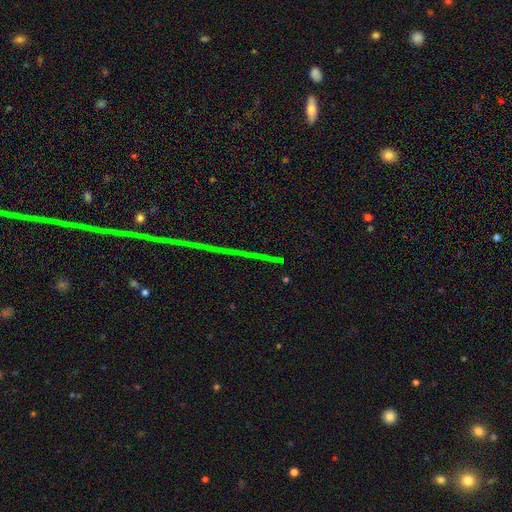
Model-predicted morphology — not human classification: Smooth or featured: star or artifact — 83% (featured or disk — 11%)